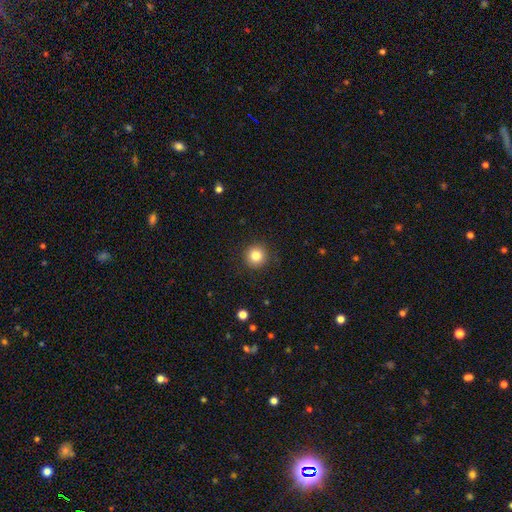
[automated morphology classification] type=smooth (84%); roundness=round (95%); merging=none (91%).